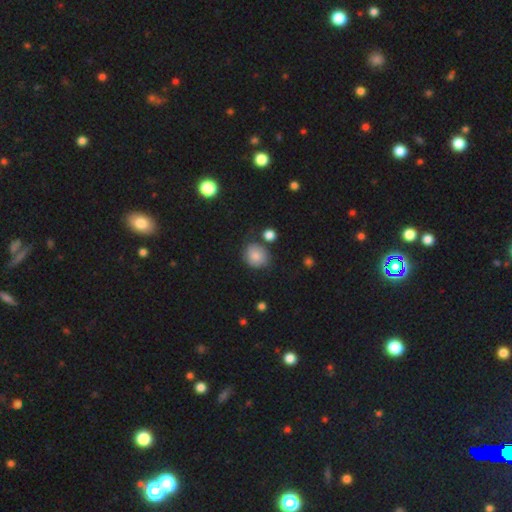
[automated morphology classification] type=smooth (80%); roundness=round (75%); merging=none (69%).